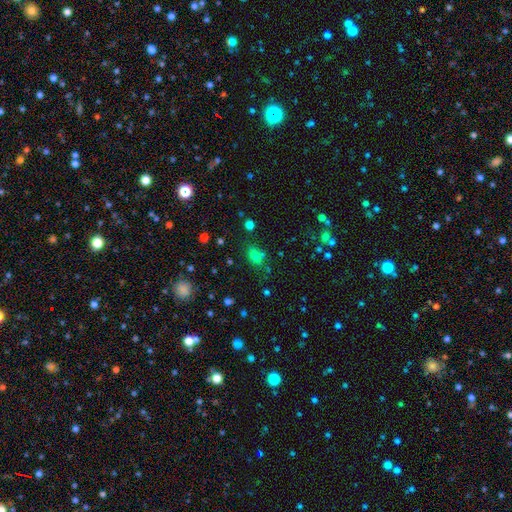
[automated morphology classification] smooth_or_featured: smooth (p=0.70) [alt: star or artifact p=0.22]
how_rounded: in between (p=0.69) [alt: round p=0.29]
merging: none (p=0.69) [alt: minor disturbance p=0.16]